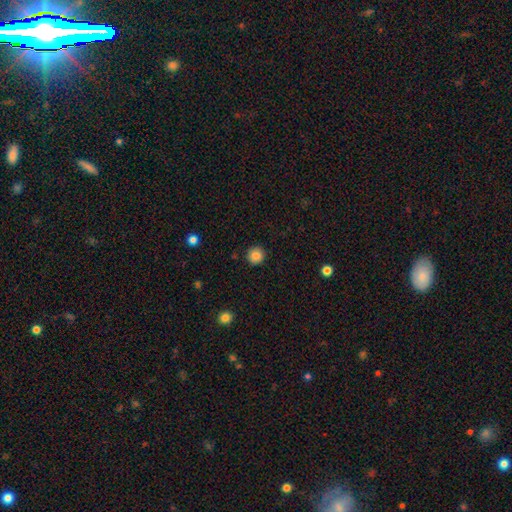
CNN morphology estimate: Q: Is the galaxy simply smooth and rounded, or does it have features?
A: smooth — 85%.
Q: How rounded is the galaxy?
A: round — 94%.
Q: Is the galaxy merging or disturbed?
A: none — 92%.